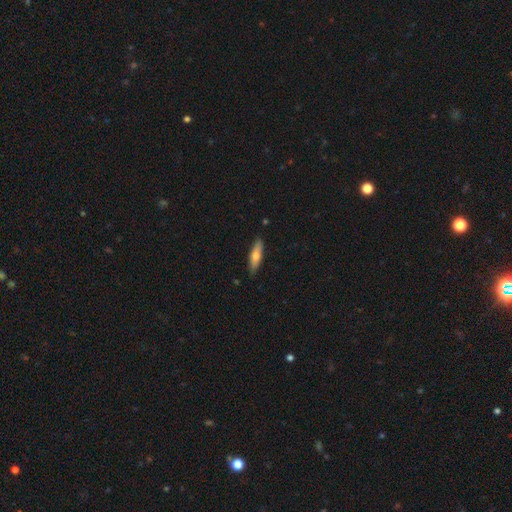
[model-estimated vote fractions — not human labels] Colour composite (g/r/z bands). It shows a smooth galaxy with no disk features (64%) that is cigar-shaped (66%). Merging: none (88%).